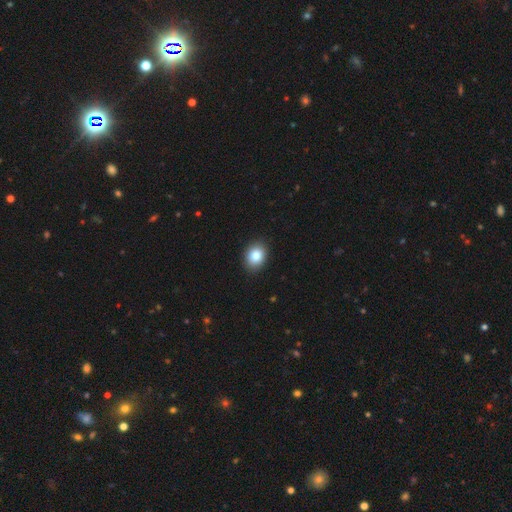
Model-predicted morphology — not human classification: A smooth galaxy with no disk features (84%) that is in between round and cigar-shaped (61%).

Vote fractions:
- Smooth or featured? smooth: 84% / star or artifact: 9% / featured or disk: 8%
- How rounded? in between: 61% / round: 38% / cigar-shaped: 1%
- Merging? none: 90% / minor disturbance: 7% / major disturbance: 2% / merger: 1%